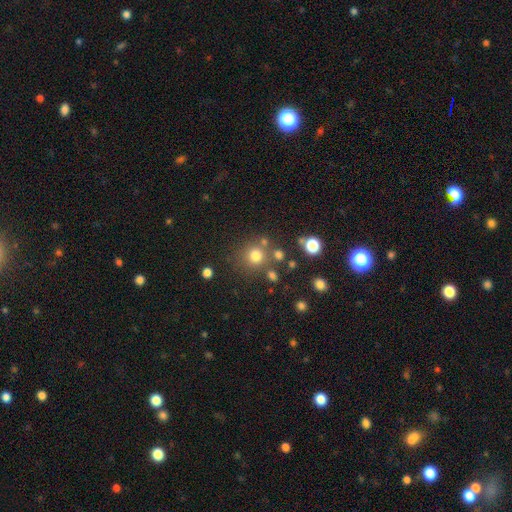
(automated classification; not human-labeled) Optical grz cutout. It shows a smooth galaxy with no disk features (75%) that is round (91%). Merging: none (74%).